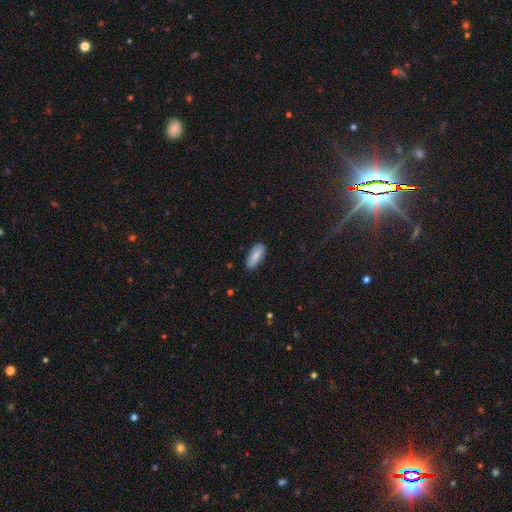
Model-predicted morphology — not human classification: smooth_or_featured: smooth (p=0.80) [alt: featured or disk p=0.14]
how_rounded: in between (p=0.83) [alt: cigar-shaped p=0.15]
merging: none (p=0.85) [alt: minor disturbance p=0.12]